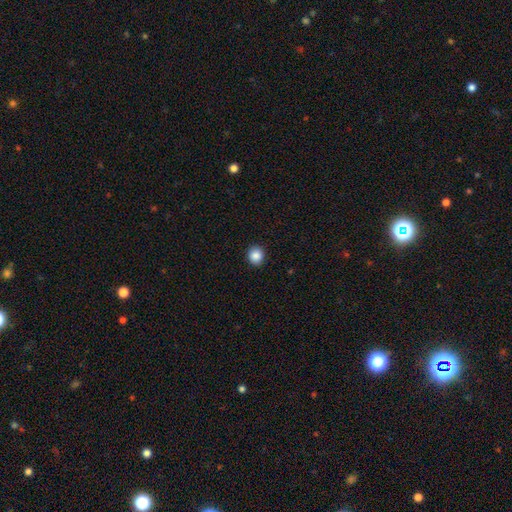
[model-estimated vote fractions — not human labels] A smooth galaxy with no disk features (87%) that is round (87%). Merging: none (92%).